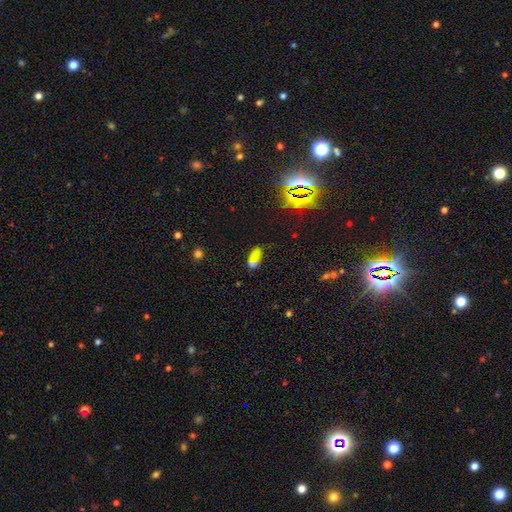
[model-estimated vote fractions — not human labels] A smooth galaxy with no disk features (64%) that is in between round and cigar-shaped (81%).

Vote fractions:
- Smooth or featured? smooth: 64% / star or artifact: 24% / featured or disk: 12%
- How rounded? in between: 81% / cigar-shaped: 11% / round: 8%
- Merging? none: 50% / merger: 25% / minor disturbance: 17% / major disturbance: 9%